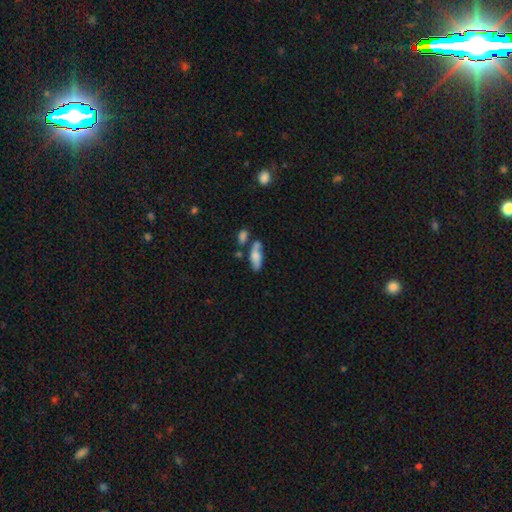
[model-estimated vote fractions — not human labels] A smooth galaxy with no disk features (63%) that is in between round and cigar-shaped (72%).

Vote fractions:
- Smooth or featured? smooth: 63% / featured or disk: 29% / star or artifact: 8%
- How rounded? in between: 72% / cigar-shaped: 25% / round: 4%
- Merging? none: 52% / merger: 22% / minor disturbance: 19% / major disturbance: 7%